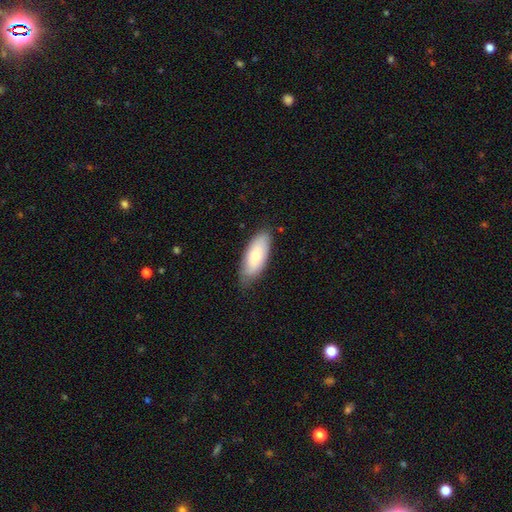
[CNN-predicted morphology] type=smooth (70%); roundness=in between (82%); merging=none (78%).